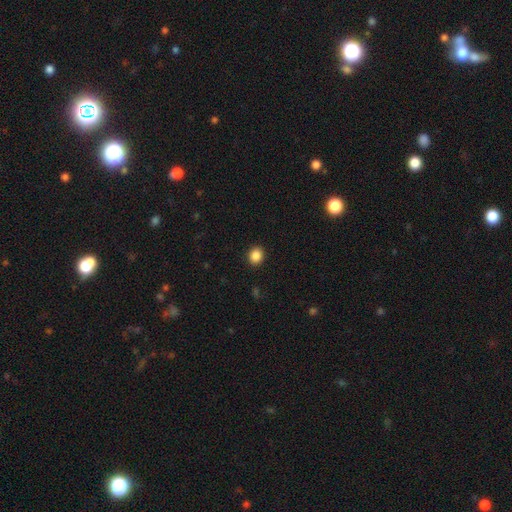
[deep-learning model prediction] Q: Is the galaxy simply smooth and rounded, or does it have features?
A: smooth — 87%.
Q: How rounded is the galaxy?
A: round — 77%.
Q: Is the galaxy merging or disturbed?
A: none — 92%.